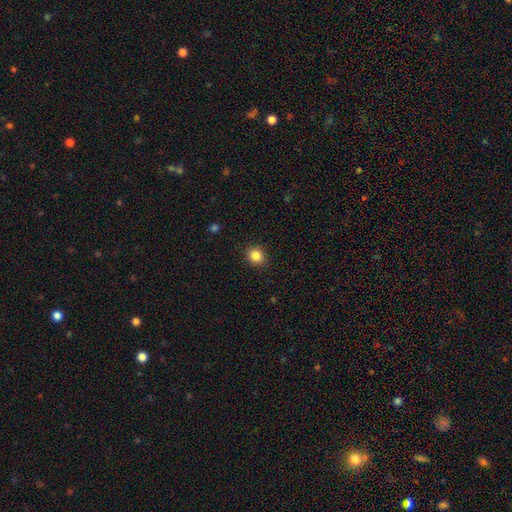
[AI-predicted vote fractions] Smooth or featured?
  - smooth: 84% *
  - star or artifact: 11%
  - featured or disk: 5%
How rounded?
  - round: 83% *
  - in between: 16%
  - cigar-shaped: 1%
Merging?
  - none: 91% *
  - minor disturbance: 6%
  - major disturbance: 2%
  - merger: 1%